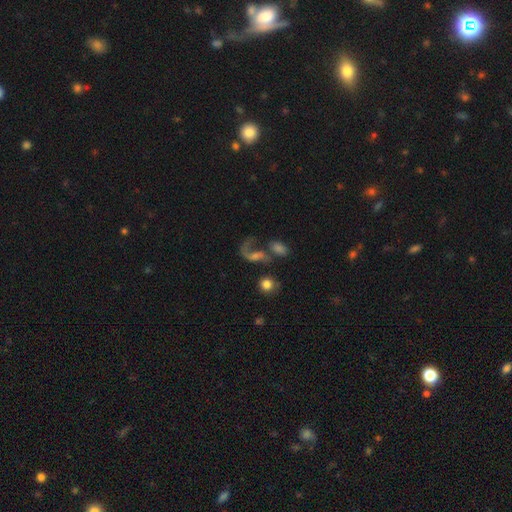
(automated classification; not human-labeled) Overall: featured or disk (53%; smooth 31%). Edge-on disk: no (95%). Merging: merger (35%; major disturbance 28%).